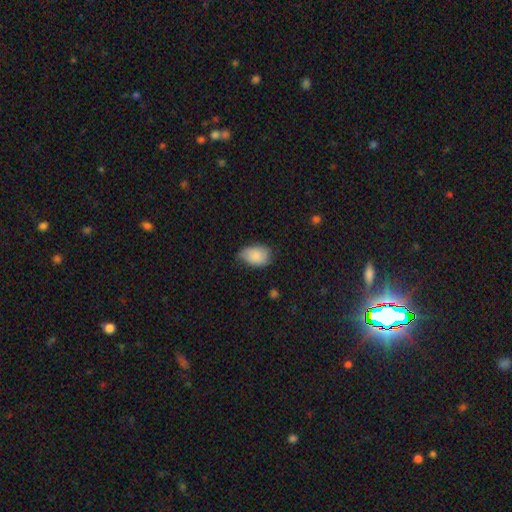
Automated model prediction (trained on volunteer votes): The model was most divided on "merging": none: 51%, minor disturbance: 40%, major disturbance: 8%, merger: 2%. More confident: smooth or featured — smooth (85%); how rounded — in between (84%).